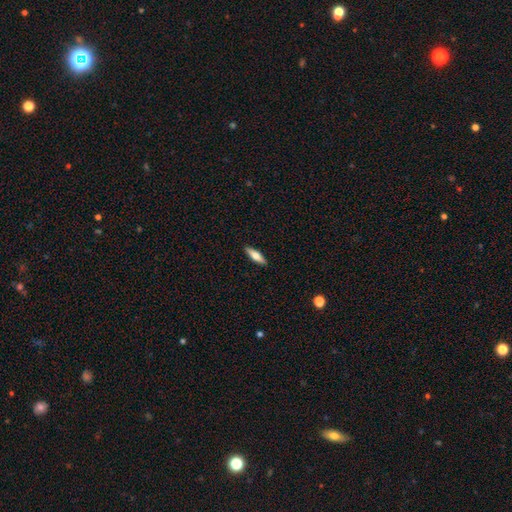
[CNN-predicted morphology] Smooth or featured? Predicted: smooth (p=0.62). How rounded? Predicted: cigar-shaped (p=0.61). Merging? Predicted: none (p=0.90).